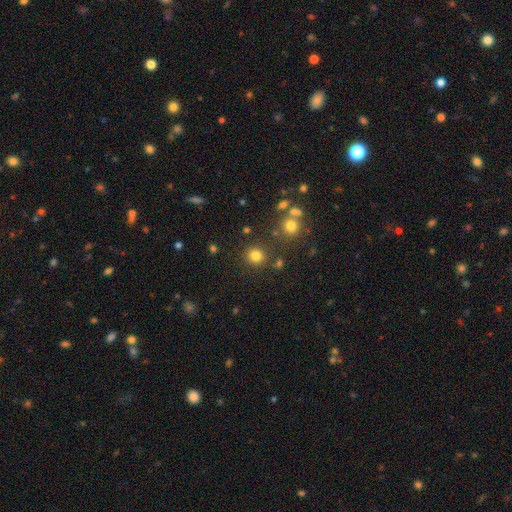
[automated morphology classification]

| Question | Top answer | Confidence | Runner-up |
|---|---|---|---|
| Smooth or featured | smooth | 79% | star or artifact (15%) |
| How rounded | round | 92% | in between (7%) |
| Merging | none | 86% | minor disturbance (7%) |